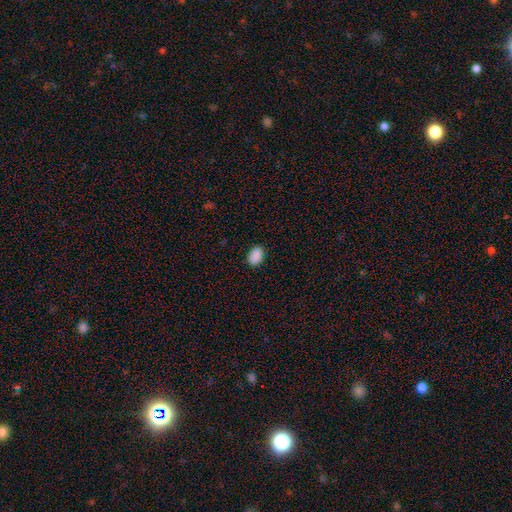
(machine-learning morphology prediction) type=smooth (90%); roundness=in between (87%); merging=none (88%).